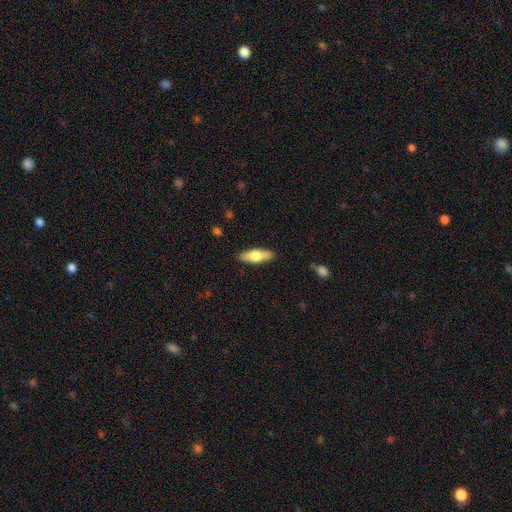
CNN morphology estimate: The model was most divided on "how rounded": in between: 53%, cigar-shaped: 44%, round: 2%. More confident: merging — none (88%); smooth or featured — smooth (59%).